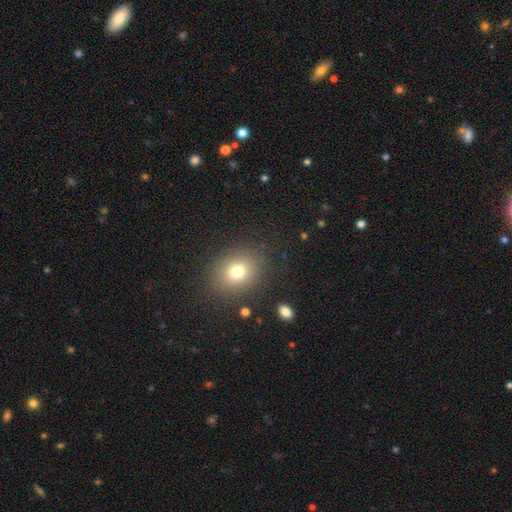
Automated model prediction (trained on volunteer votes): Smooth or featured? Predicted: smooth (p=0.70). How rounded? Predicted: round (p=0.62). Merging? Predicted: none (p=0.89).